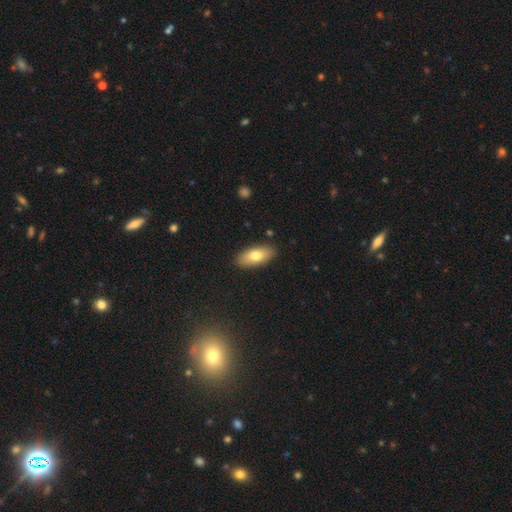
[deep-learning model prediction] Smooth or featured?
  - smooth: 75% *
  - featured or disk: 19%
  - star or artifact: 6%
How rounded?
  - in between: 87% *
  - cigar-shaped: 10%
  - round: 3%
Merging?
  - none: 88% *
  - minor disturbance: 9%
  - major disturbance: 2%
  - merger: 1%